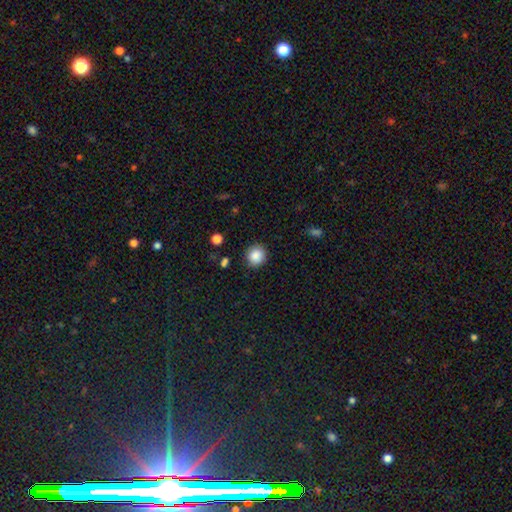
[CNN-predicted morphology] Smooth or featured? Predicted: smooth (p=0.87). How rounded? Predicted: round (p=0.89). Merging? Predicted: none (p=0.88).